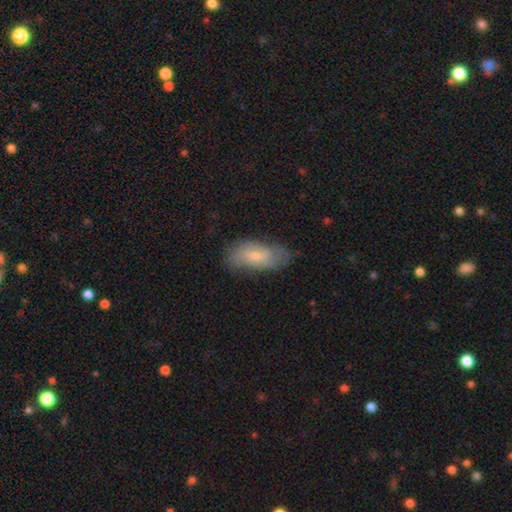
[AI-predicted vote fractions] This appears to be a featured or disk galaxy (48%). Merging: none (68%).